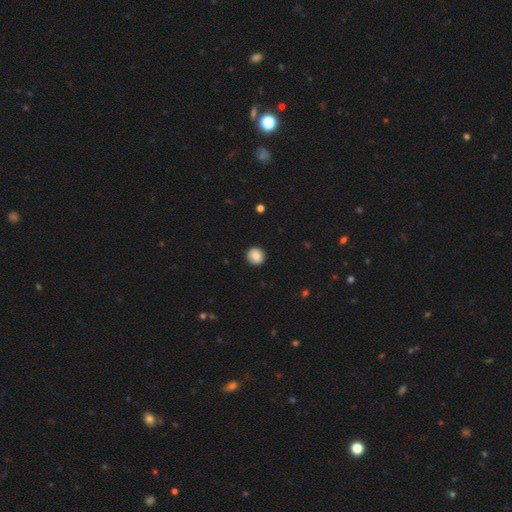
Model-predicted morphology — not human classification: This appears to be a smooth galaxy with no disk features (85%) that is round (92%). Merging: none (91%).